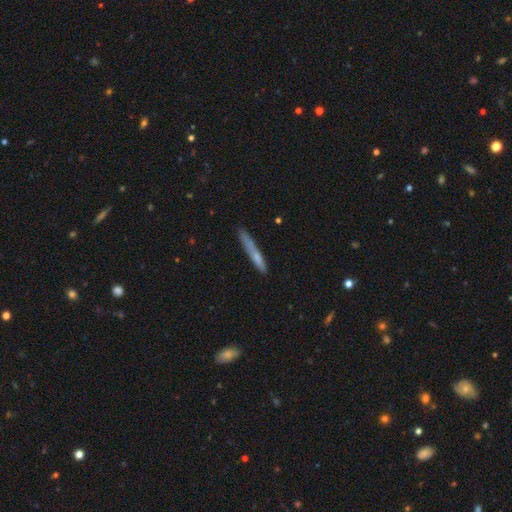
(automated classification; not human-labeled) smooth_or_featured: smooth (p=0.64) [alt: featured or disk p=0.28]
how_rounded: cigar-shaped (p=0.95) [alt: in between p=0.04]
merging: none (p=0.75) [alt: minor disturbance p=0.18]